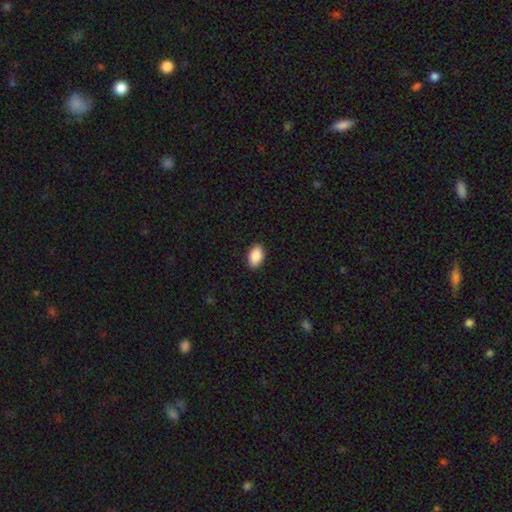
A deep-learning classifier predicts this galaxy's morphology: This appears to be a smooth galaxy with no disk features (90%) that is in between round and cigar-shaped (93%). Merging: none (90%).